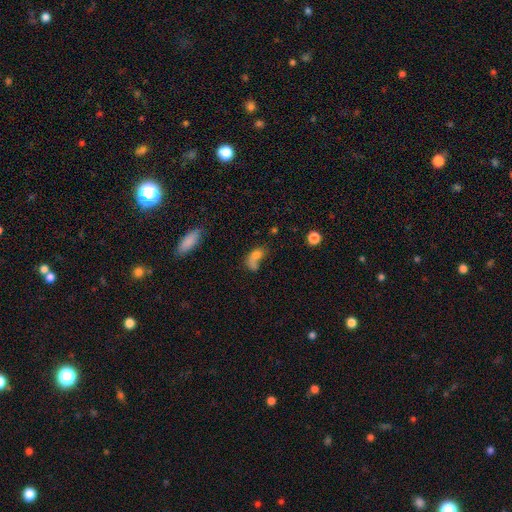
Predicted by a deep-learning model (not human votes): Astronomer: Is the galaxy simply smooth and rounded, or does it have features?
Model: smooth — 69%.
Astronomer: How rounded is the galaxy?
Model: in between — 69%.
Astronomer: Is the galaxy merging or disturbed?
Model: merger — 44% (runner-up: none, 26%).